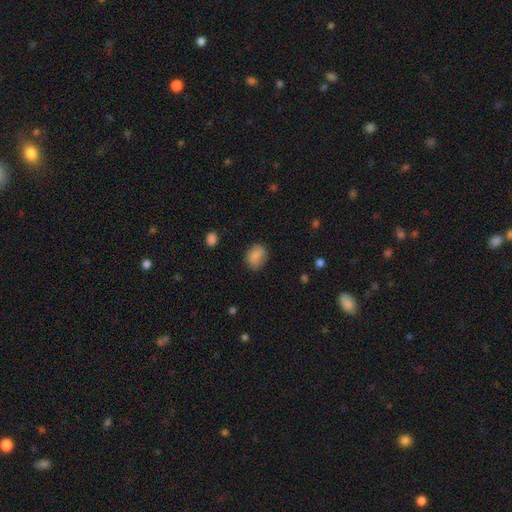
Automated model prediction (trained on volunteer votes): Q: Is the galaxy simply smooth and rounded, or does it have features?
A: smooth — 85%.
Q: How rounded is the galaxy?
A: in between — 66%.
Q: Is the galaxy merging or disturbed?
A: none — 75%.